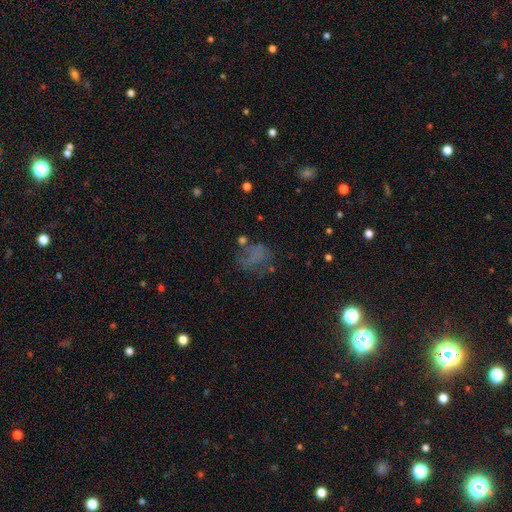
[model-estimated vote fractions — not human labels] Smooth or featured: smooth — 47% (featured or disk — 29%)
Merging: none — 44% (major disturbance — 28%)